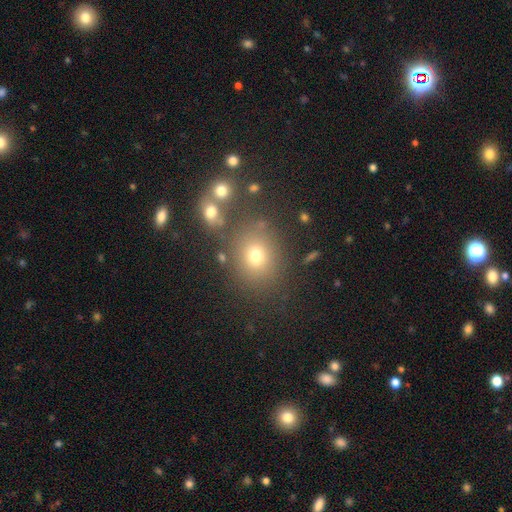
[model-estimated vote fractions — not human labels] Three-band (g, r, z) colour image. It shows a smooth galaxy with no disk features (72%) that is round (67%). Merging: none (76%).